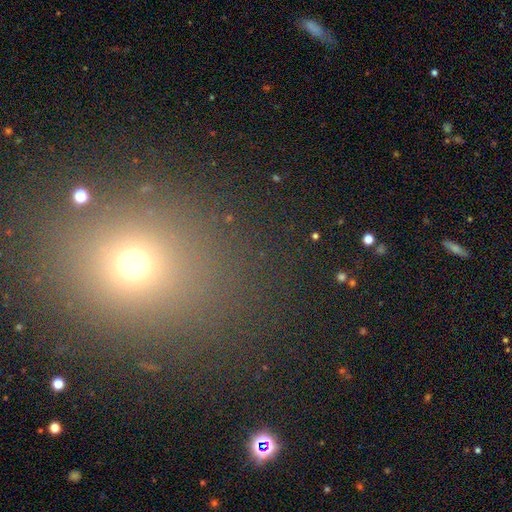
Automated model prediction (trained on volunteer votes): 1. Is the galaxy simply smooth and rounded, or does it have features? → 57% smooth, 35% star or artifact, 8% featured or disk.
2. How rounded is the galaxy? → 75% round, 24% in between, 2% cigar-shaped.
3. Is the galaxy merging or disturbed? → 85% none, 7% minor disturbance, 4% major disturbance, 3% merger.